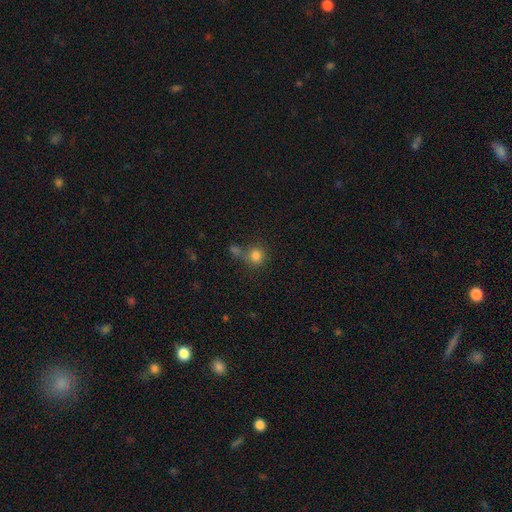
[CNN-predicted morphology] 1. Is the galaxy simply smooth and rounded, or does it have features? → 81% smooth, 12% star or artifact, 6% featured or disk.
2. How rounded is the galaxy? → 89% round, 10% in between, 1% cigar-shaped.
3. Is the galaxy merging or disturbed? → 61% none, 22% merger, 11% minor disturbance, 5% major disturbance.